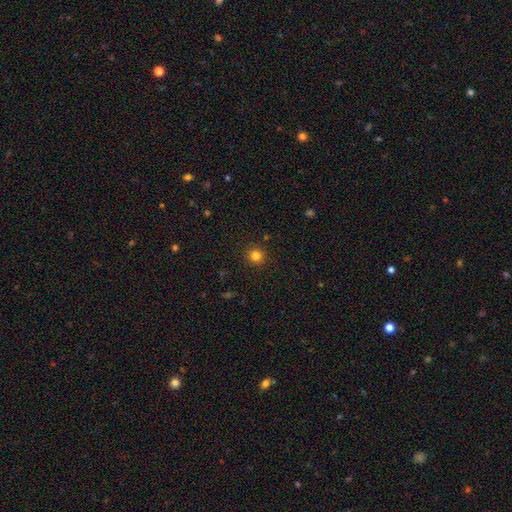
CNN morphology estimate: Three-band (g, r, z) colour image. It shows a smooth galaxy with no disk features (81%) that is round (94%). Merging: none (91%).